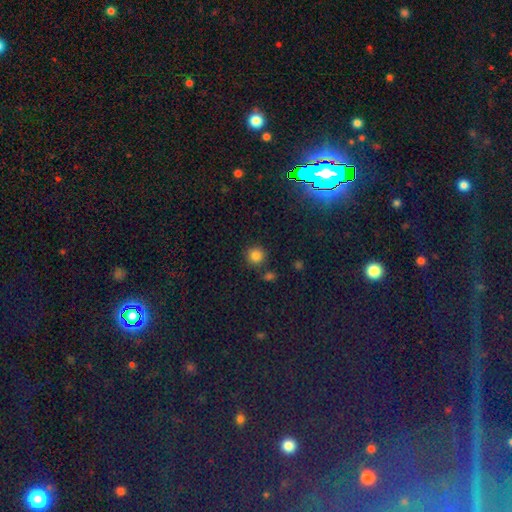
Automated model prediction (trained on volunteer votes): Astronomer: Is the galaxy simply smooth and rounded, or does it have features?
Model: smooth — 81%.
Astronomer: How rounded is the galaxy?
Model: round — 93%.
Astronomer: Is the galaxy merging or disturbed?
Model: none — 82%.